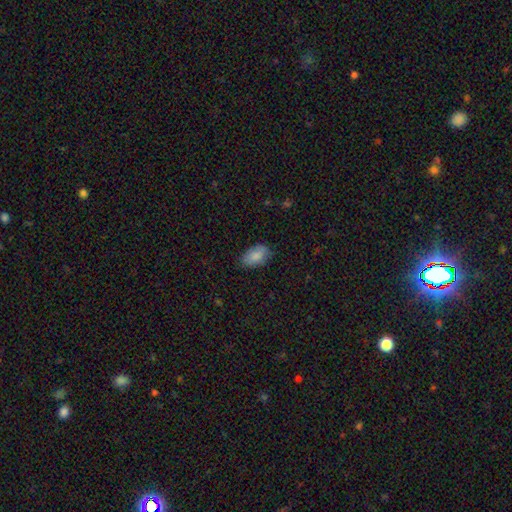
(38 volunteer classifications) Volunteers were most divided on "merging": none: 68%, minor disturbance: 22%, major disturbance: 11%, merger: 0%. More confident: how rounded — in between (91%); smooth or featured — smooth (87%).